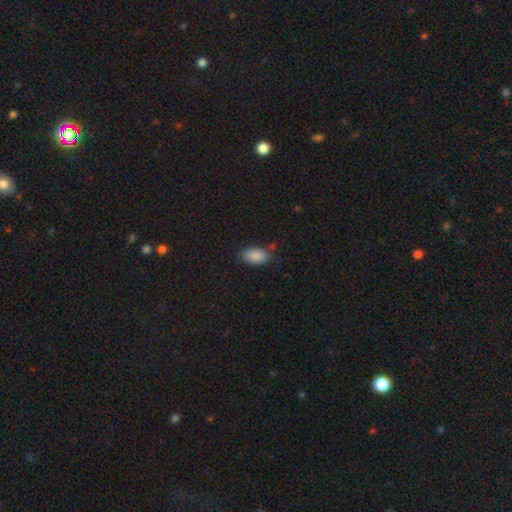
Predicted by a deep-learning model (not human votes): The model was most divided on "merging": none: 74%, minor disturbance: 19%, major disturbance: 4%, merger: 3%. More confident: how rounded — in between (93%); smooth or featured — smooth (88%).